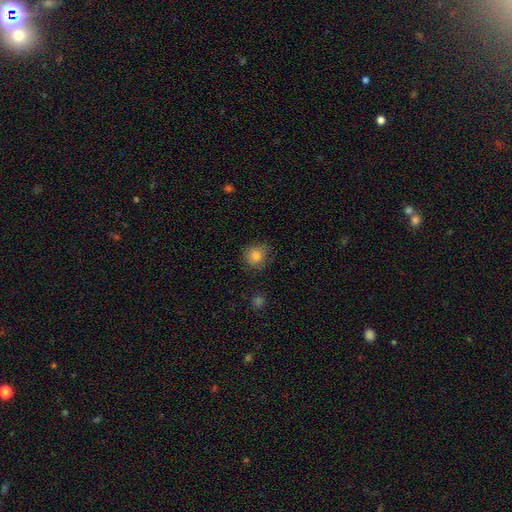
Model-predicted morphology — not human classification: Smooth or featured: smooth — 82% (star or artifact — 11%)
How rounded: round — 81% (in between — 18%)
Merging: none — 74% (minor disturbance — 19%)